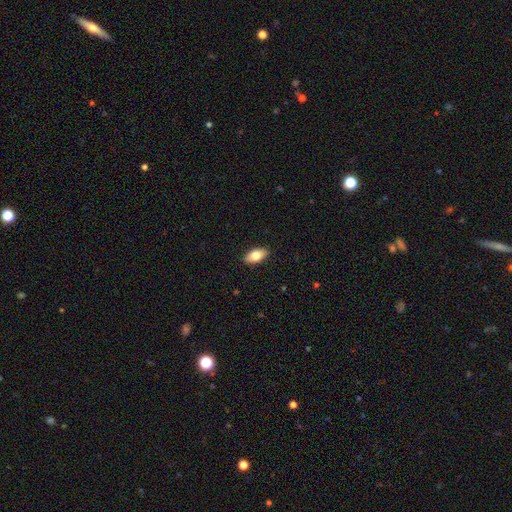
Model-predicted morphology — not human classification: Smooth or featured?
  - smooth: 78% *
  - featured or disk: 15%
  - star or artifact: 7%
How rounded?
  - in between: 91% *
  - cigar-shaped: 5%
  - round: 4%
Merging?
  - none: 90% *
  - minor disturbance: 8%
  - major disturbance: 2%
  - merger: 1%